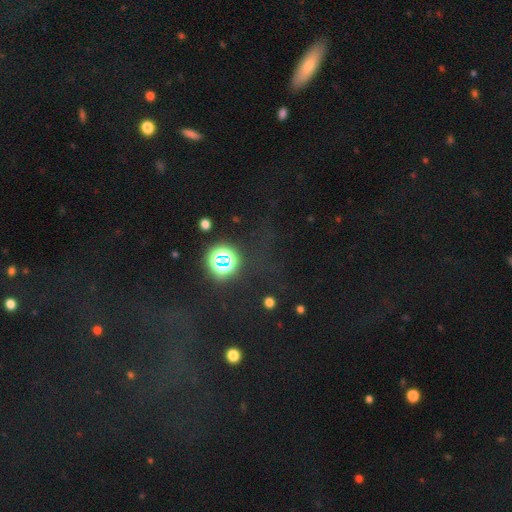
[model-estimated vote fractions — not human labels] smooth-or-featured: star or artifact: 57% | smooth: 30% | featured or disk: 12%